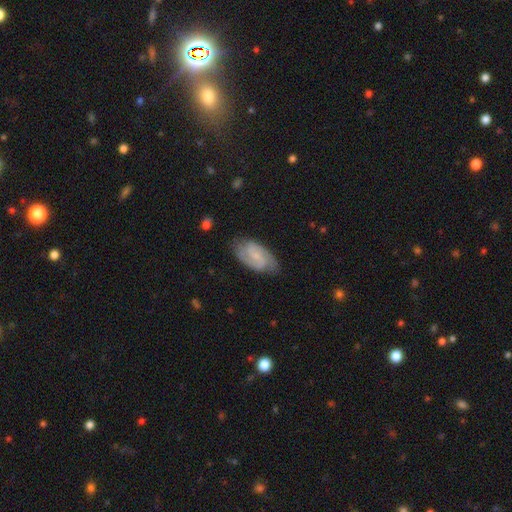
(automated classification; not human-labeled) Morphology: type=featured or disk (73%); edge-on=no (97%); bar=weak (51%); spiral arms=yes (94%); winding=medium (49%); arm count=2 (83%); bulge=small (58%); merging=none (78%).